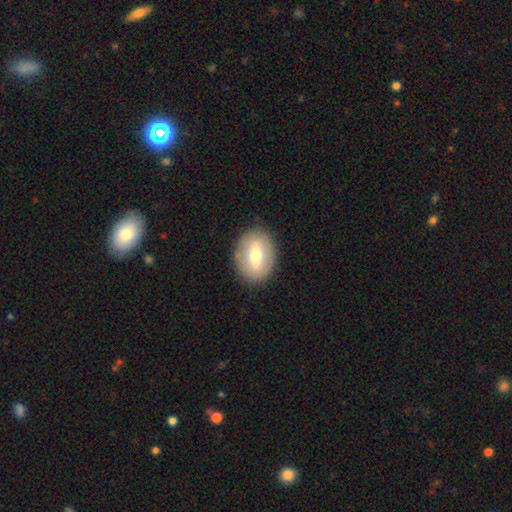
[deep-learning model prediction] Morphology: type=smooth (54%); roundness=in between (71%); merging=none (86%).